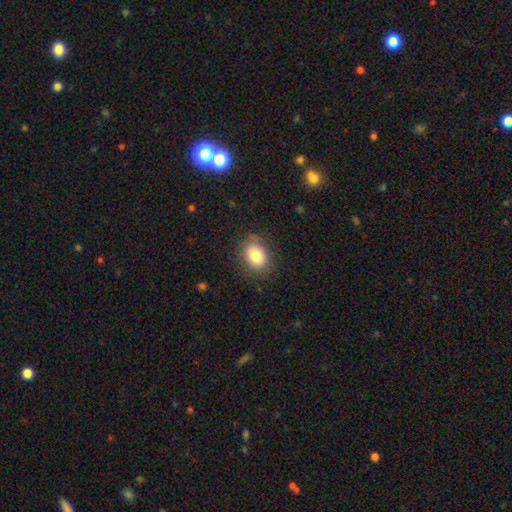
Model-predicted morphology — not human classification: A smooth galaxy with no disk features (80%) that is in between round and cigar-shaped (64%).

Vote fractions:
- Smooth or featured? smooth: 80% / featured or disk: 11% / star or artifact: 9%
- How rounded? in between: 64% / round: 35% / cigar-shaped: 1%
- Merging? none: 80% / minor disturbance: 14% / major disturbance: 4% / merger: 1%